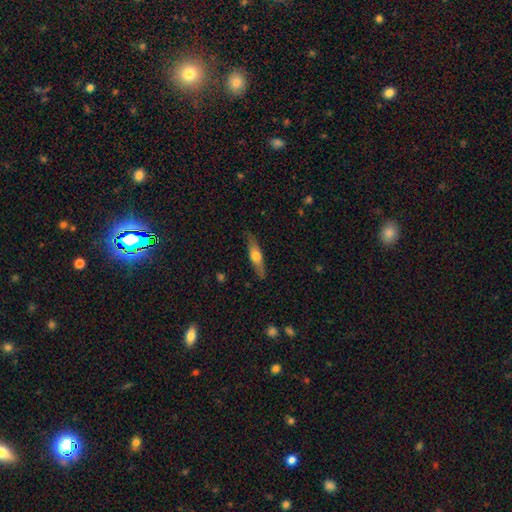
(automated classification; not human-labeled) Q: Smooth or featured?
A: smooth (49%); runner-up: featured or disk (45%)
Q: Merging?
A: none (85%); runner-up: minor disturbance (12%)